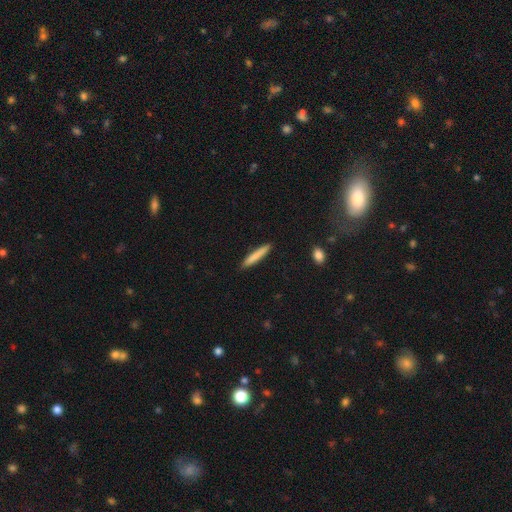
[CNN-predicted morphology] Smooth or featured: smooth — 80% (featured or disk — 15%)
How rounded: cigar-shaped — 94% (in between — 5%)
Merging: none — 89% (minor disturbance — 8%)